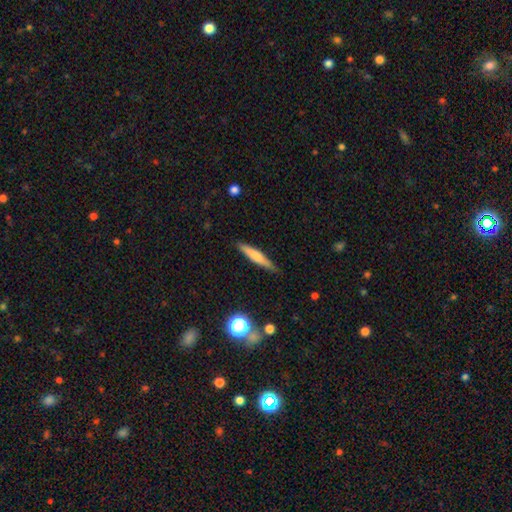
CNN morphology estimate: type=smooth (59%); roundness=cigar-shaped (90%); merging=none (86%).